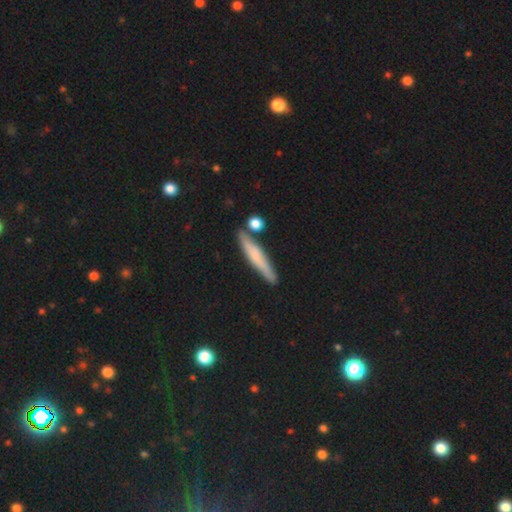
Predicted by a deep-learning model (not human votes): smooth 60%, featured or disk 33%, star or artifact 7%. Down the decision tree: how rounded — cigar-shaped (92%); merging — none (82%).